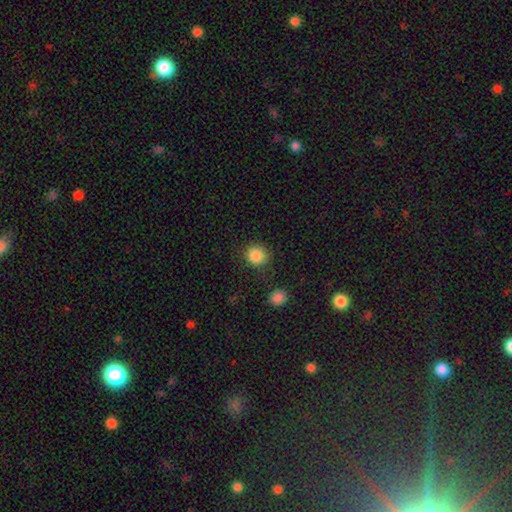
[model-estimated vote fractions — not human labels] smooth_or_featured: smooth (p=0.86) [alt: star or artifact p=0.10]
how_rounded: round (p=0.87) [alt: in between p=0.13]
merging: none (p=0.83) [alt: minor disturbance p=0.10]